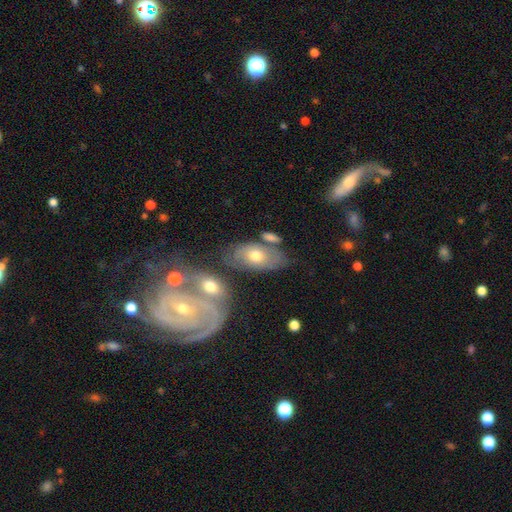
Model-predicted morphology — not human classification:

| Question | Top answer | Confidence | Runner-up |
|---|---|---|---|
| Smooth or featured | smooth | 56% | featured or disk (36%) |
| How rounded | in between | 90% | round (7%) |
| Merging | none | 53% | merger (20%) |